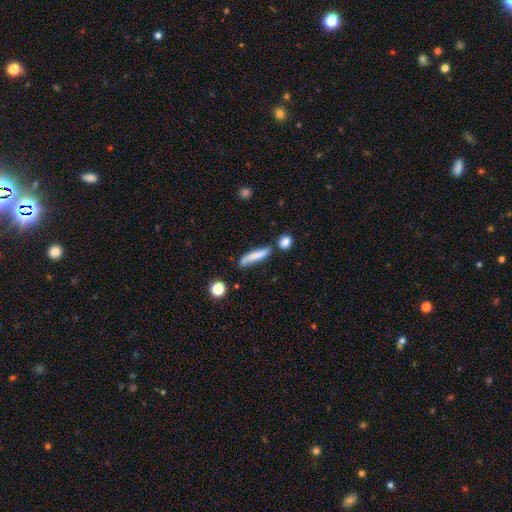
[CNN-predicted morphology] A smooth galaxy with no disk features (69%) that is cigar-shaped (82%). Merging: none (55%).